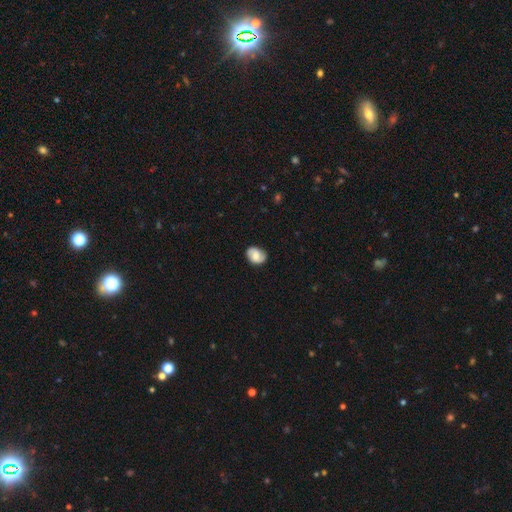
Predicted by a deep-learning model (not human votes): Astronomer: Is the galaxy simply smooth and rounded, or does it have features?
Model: smooth — 53% (runner-up: featured or disk, 39%).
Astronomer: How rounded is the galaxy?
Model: in between — 55% (runner-up: round, 43%).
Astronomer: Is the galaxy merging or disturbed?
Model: none — 81%.